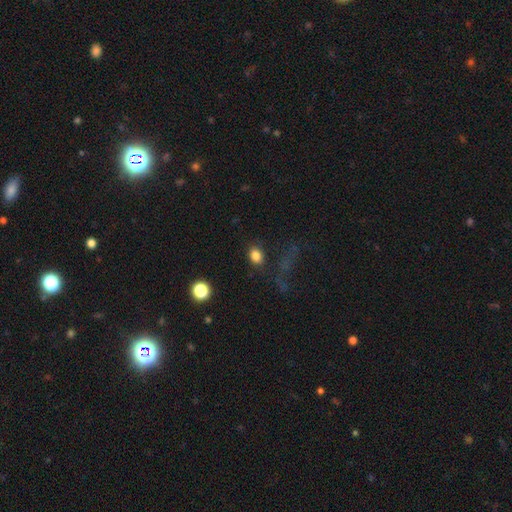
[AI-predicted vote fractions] This appears to be a smooth galaxy with no disk features (83%) that is in between round and cigar-shaped (61%). Merging: none (78%).